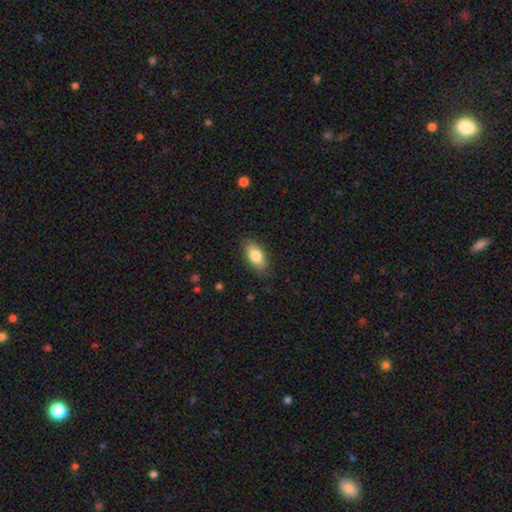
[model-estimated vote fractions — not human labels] smooth-or-featured: smooth: 82% | featured or disk: 11% | star or artifact: 7%
  how-rounded: in between: 89% | cigar-shaped: 7% | round: 4%
  merging: none: 85% | minor disturbance: 11% | major disturbance: 3% | merger: 1%